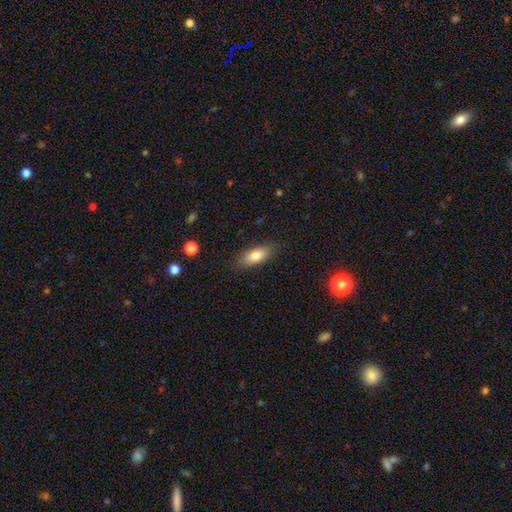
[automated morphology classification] Q: Smooth or featured?
A: smooth (79%); runner-up: featured or disk (14%)
Q: How rounded?
A: in between (77%); runner-up: cigar-shaped (20%)
Q: Merging?
A: none (84%); runner-up: minor disturbance (12%)